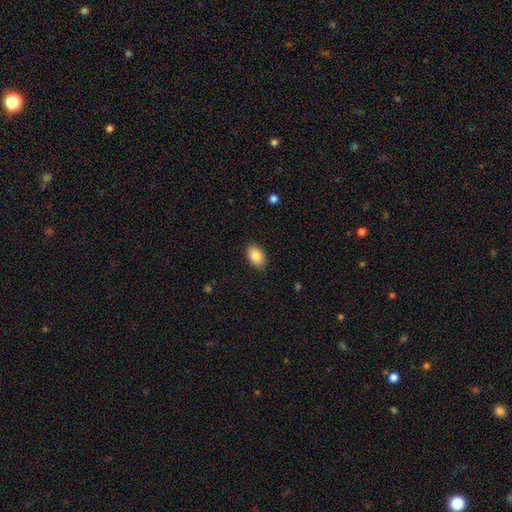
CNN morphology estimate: smooth_or_featured: smooth (p=0.87) [alt: star or artifact p=0.07]
how_rounded: in between (p=0.90) [alt: round p=0.09]
merging: none (p=0.88) [alt: minor disturbance p=0.09]